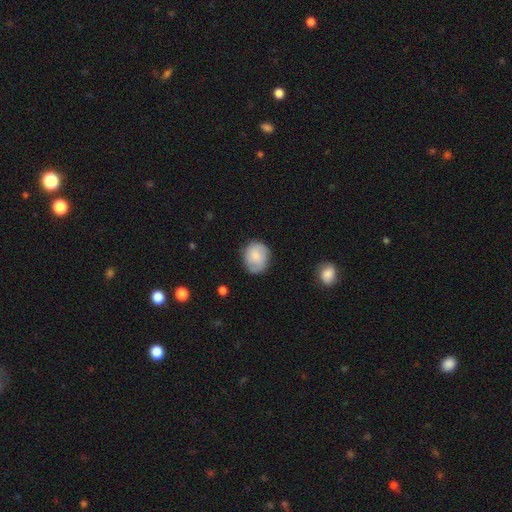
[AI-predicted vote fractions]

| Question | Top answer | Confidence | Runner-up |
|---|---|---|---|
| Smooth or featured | smooth | 69% | featured or disk (23%) |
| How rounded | round | 61% | in between (38%) |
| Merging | none | 73% | minor disturbance (20%) |